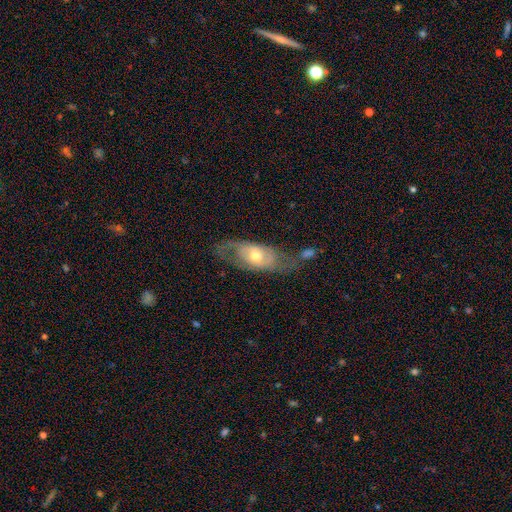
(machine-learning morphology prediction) Overall: featured or disk (67%). Edge-on disk: no (85%). Bar: no (69%). Spiral arms: yes (69%; no 31%). Bulge size: moderate (65%; small 26%). Merging: none (53%; minor disturbance 22%).